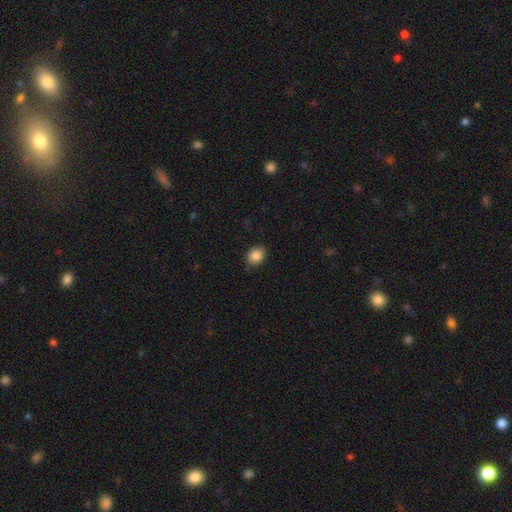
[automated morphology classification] This appears to be a smooth galaxy with no disk features (87%) that is in between round and cigar-shaped (50%). Merging: none (82%).